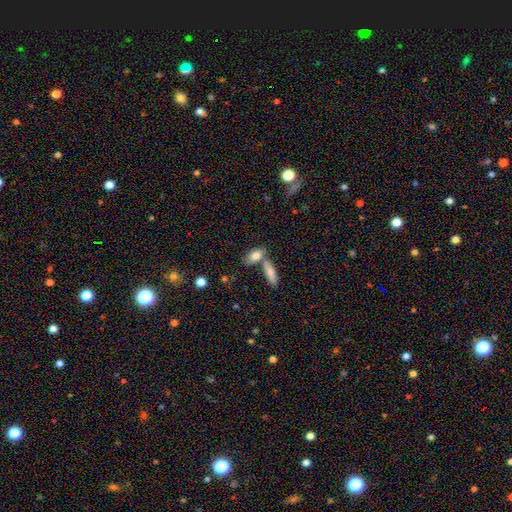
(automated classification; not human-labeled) A smooth galaxy with no disk features (78%) that is in between round and cigar-shaped (80%). Merging: none (49%).